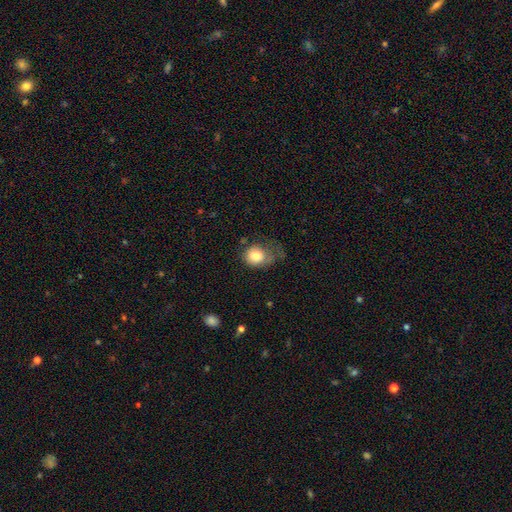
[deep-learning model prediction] Smooth or featured? Predicted: smooth (p=0.80). How rounded? Predicted: round (p=0.65). Merging? Predicted: none (p=0.34).